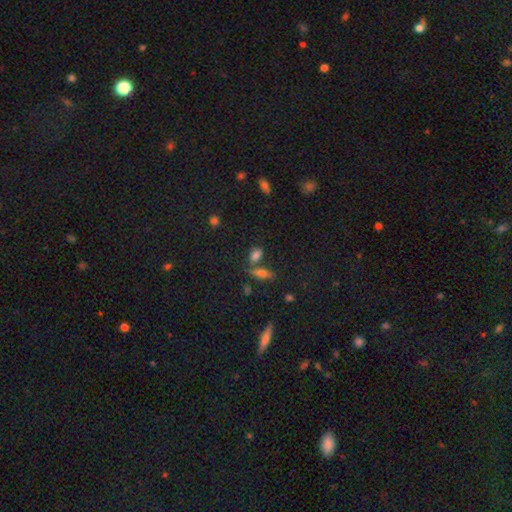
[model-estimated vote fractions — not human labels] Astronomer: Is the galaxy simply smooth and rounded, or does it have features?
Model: smooth — 75%.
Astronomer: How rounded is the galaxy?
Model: in between — 76%.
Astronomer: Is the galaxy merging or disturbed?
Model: none — 57%.